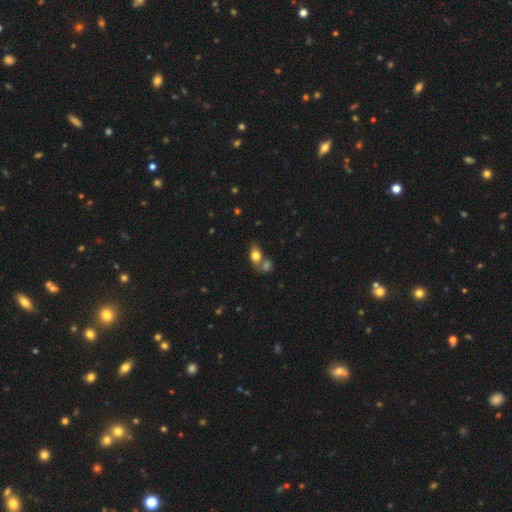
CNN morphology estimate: A smooth galaxy with no disk features (78%) that is in between round and cigar-shaped (76%).

Vote fractions:
- Smooth or featured? smooth: 78% / featured or disk: 12% / star or artifact: 10%
- How rounded? in between: 76% / round: 22% / cigar-shaped: 3%
- Merging? merger: 43% / none: 40% / minor disturbance: 12% / major disturbance: 5%